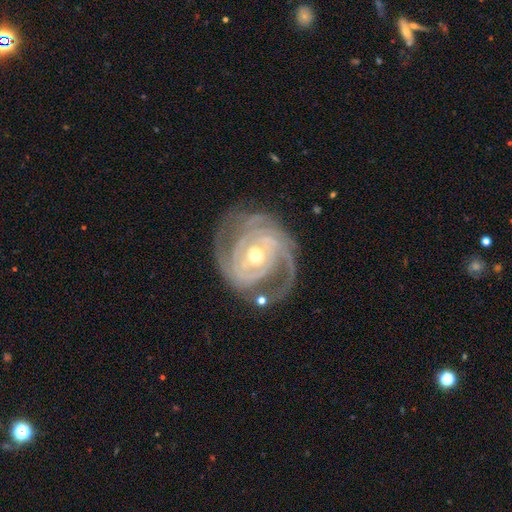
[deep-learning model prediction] smooth_or_featured: featured or disk (p=0.91) [alt: star or artifact p=0.05]
disk_edge_on: no (p=0.97) [alt: yes p=0.03]
bar: no (p=0.51) [alt: weak p=0.32]
has_spiral_arms: yes (p=0.98) [alt: no p=0.02]
spiral_winding: tight (p=0.68) [alt: medium p=0.27]
spiral_arm_count: 3 (p=0.32) [alt: 2 p=0.28]
bulge_size: moderate (p=0.58) [alt: small p=0.39]
merging: none (p=0.68) [alt: minor disturbance p=0.18]